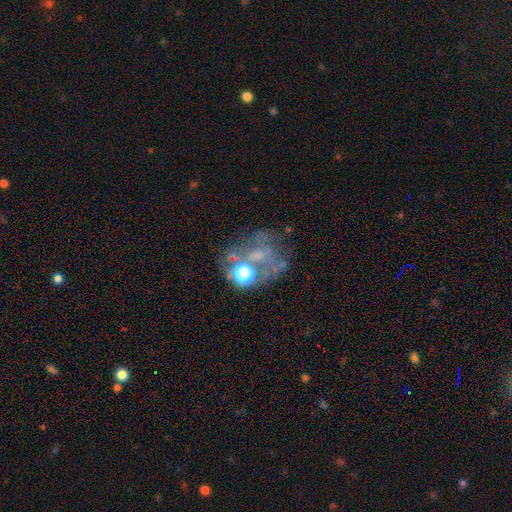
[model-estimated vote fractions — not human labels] This is marginally a featured or disk galaxy (35%, tied with smooth). Merging: marginally none (40%).